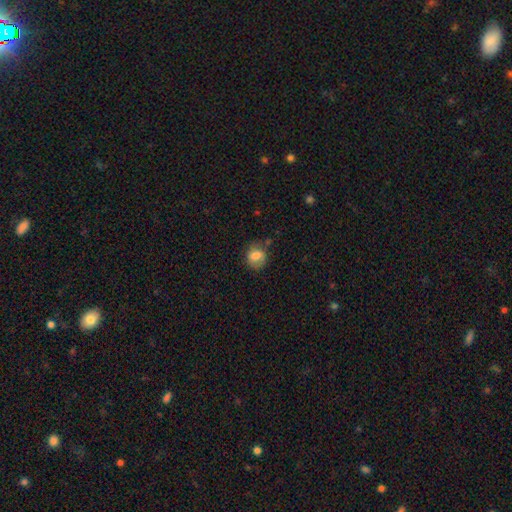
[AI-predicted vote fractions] smooth 75%, featured or disk 16%, star or artifact 9%. Down the decision tree: how rounded — round (68%); merging — none (69%).